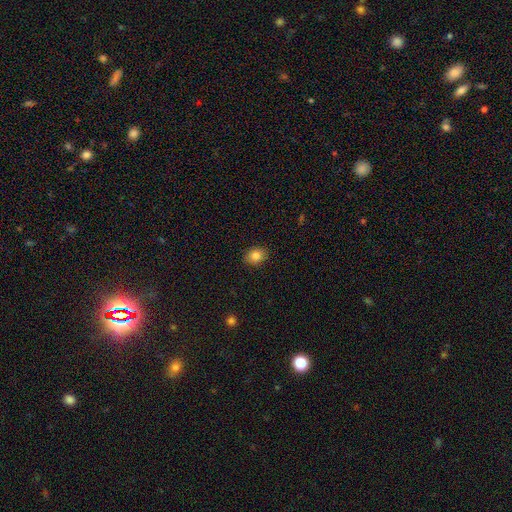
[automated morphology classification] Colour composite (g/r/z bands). It shows a smooth galaxy with no disk features (83%) that is in between round and cigar-shaped (54%). Merging: none (88%).